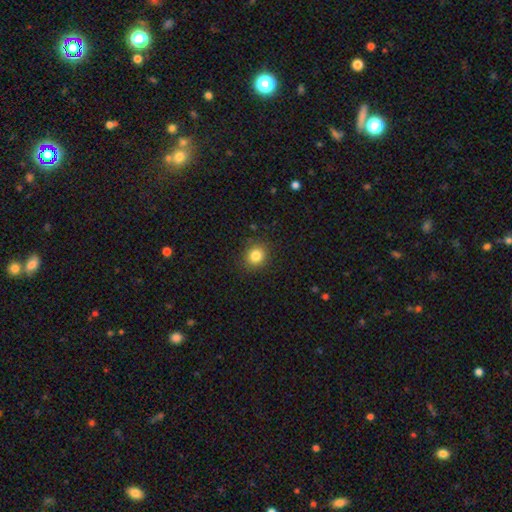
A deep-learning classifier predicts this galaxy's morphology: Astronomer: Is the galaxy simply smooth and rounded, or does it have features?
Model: smooth — 83%.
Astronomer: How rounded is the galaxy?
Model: round — 78%.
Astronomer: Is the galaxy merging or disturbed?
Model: none — 88%.